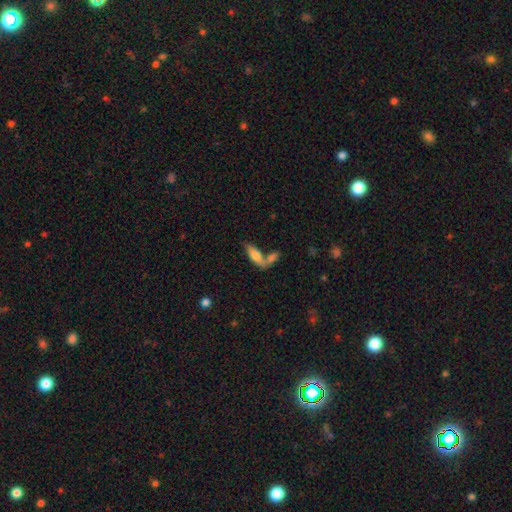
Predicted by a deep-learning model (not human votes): smooth-or-featured: smooth: 67% | featured or disk: 25% | star or artifact: 7%
  how-rounded: in between: 59% | cigar-shaped: 39% | round: 3%
  merging: merger: 47% | none: 38% | minor disturbance: 10% | major disturbance: 5%